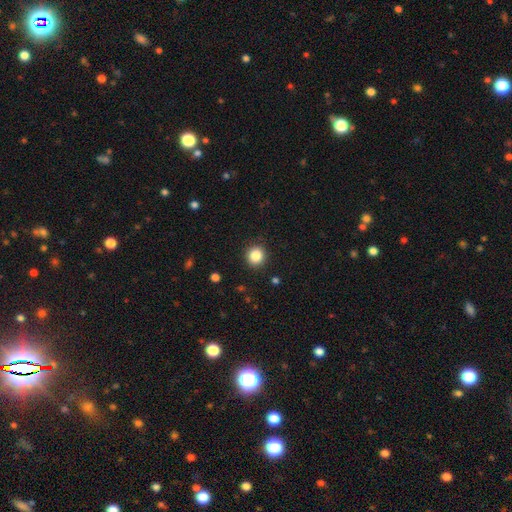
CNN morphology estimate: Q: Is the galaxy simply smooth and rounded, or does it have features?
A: smooth — 86%.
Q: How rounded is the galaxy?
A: round — 93%.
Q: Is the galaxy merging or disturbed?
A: none — 91%.